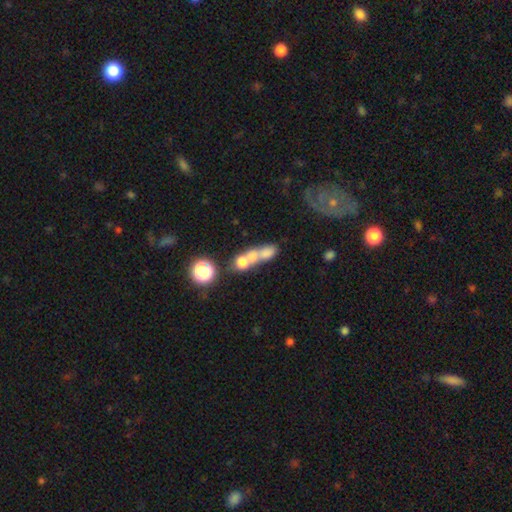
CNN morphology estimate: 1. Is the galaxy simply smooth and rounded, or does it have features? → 52% smooth, 30% featured or disk, 18% star or artifact.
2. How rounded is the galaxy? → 45% round, 38% in between, 17% cigar-shaped.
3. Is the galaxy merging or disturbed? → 56% merger, 25% none, 10% major disturbance, 9% minor disturbance.